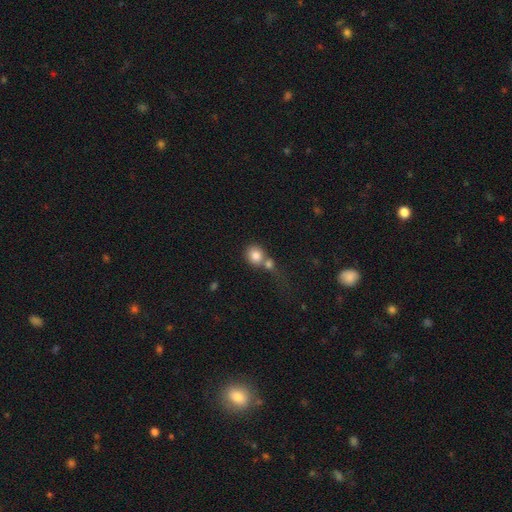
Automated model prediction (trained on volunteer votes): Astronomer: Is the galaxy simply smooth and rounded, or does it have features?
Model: smooth — 81%.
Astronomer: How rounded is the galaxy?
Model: round — 83%.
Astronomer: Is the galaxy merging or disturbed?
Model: merger — 51% (runner-up: none, 36%).